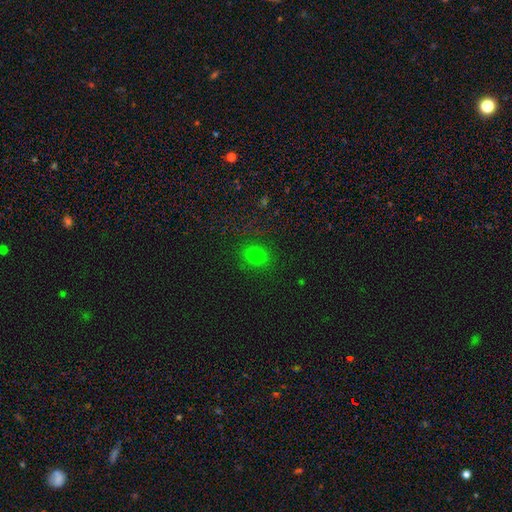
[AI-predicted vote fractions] smooth 77%, star or artifact 18%, featured or disk 5%. Down the decision tree: how rounded — in between (56%); merging — none (84%).